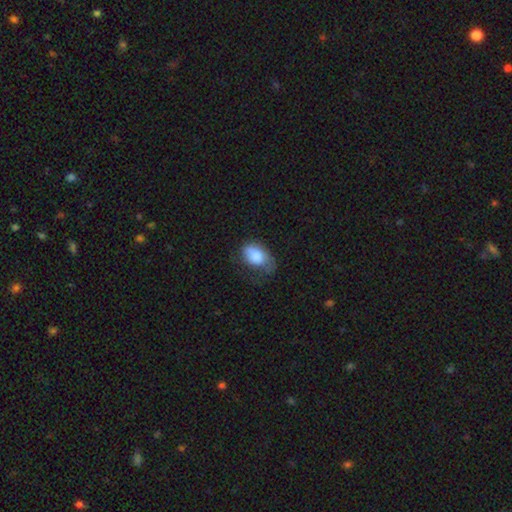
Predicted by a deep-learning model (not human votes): smooth-or-featured: smooth: 77% | featured or disk: 16% | star or artifact: 7%
  how-rounded: in between: 88% | round: 11% | cigar-shaped: 2%
  merging: minor disturbance: 35% | none: 34% | major disturbance: 28% | merger: 2%